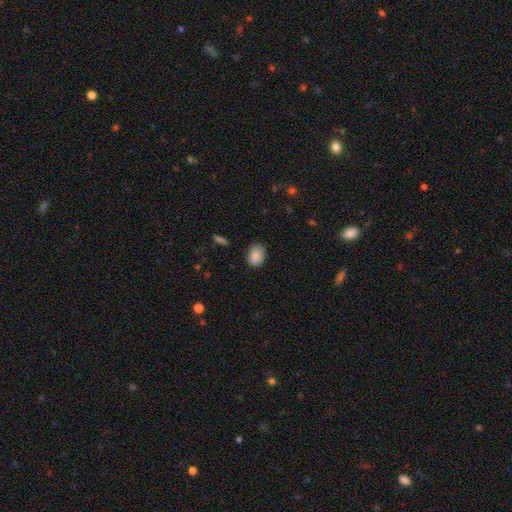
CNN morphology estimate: This is clearly a smooth galaxy (87%). How rounded: likely in between (63%). Merging: likely none (79%).